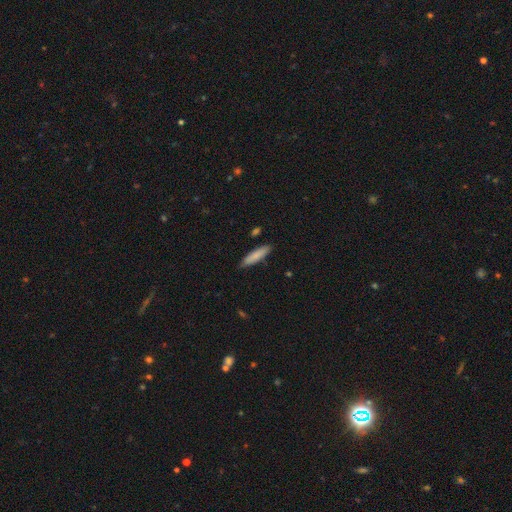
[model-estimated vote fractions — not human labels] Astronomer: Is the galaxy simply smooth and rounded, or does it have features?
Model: smooth — 82%.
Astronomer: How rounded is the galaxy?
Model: cigar-shaped — 77%.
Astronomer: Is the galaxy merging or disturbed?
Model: none — 85%.